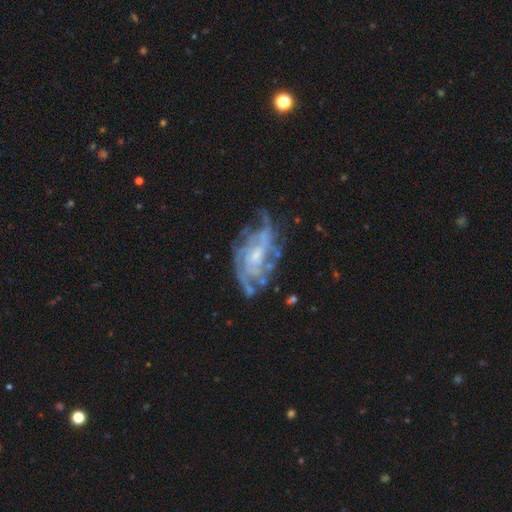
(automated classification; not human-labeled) This appears to be a featured or disk galaxy (84%) with no bar (58%), tight (51%) spiral arms (89%) and a small central bulge (53%). Merging: none (59%).